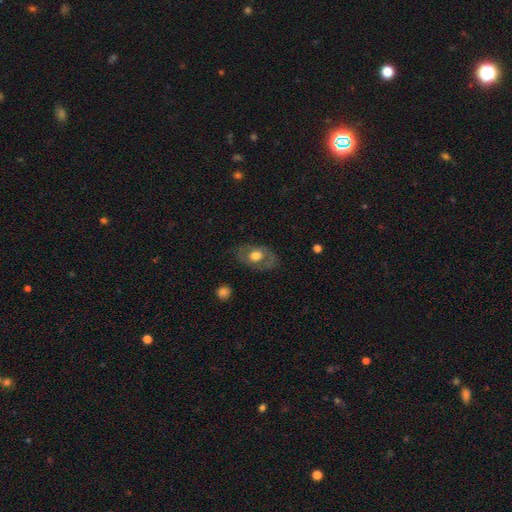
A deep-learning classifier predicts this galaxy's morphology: This is possibly a smooth galaxy (47%). Merging: likely none (76%).